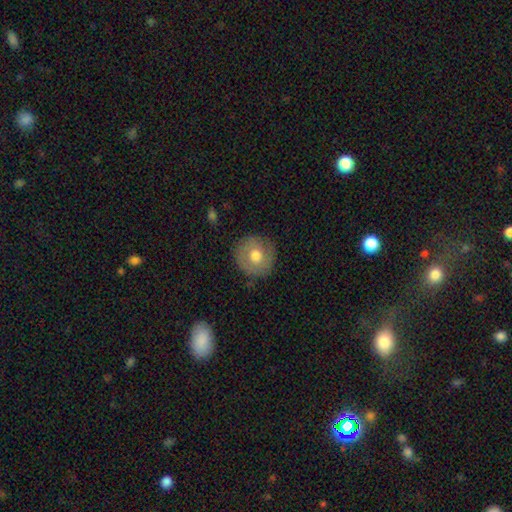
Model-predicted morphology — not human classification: Smooth or featured?
  - smooth: 65% *
  - featured or disk: 27%
  - star or artifact: 8%
How rounded?
  - round: 92% *
  - in between: 7%
  - cigar-shaped: 1%
Merging?
  - none: 83% *
  - minor disturbance: 12%
  - major disturbance: 4%
  - merger: 1%